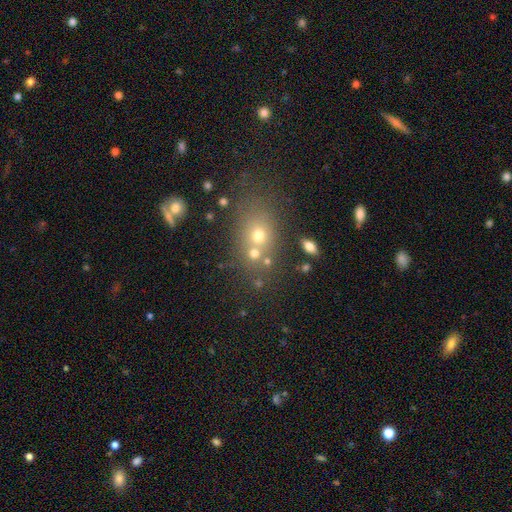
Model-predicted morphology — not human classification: This is possibly a smooth galaxy (54%). How rounded: possibly round (57%). Merging: possibly none (58%).